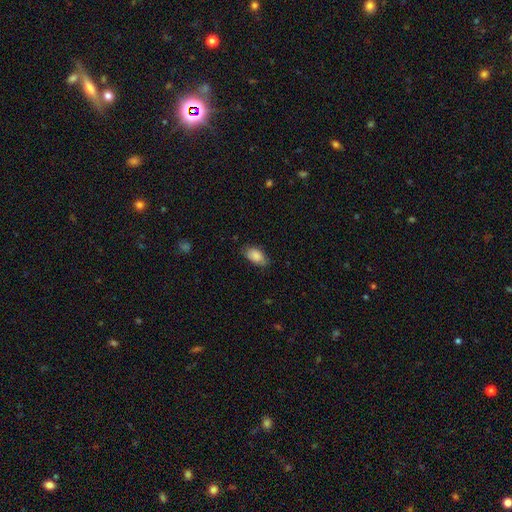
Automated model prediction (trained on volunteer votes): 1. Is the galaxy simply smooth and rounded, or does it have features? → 84% smooth, 9% featured or disk, 7% star or artifact.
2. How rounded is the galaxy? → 92% in between, 5% round, 2% cigar-shaped.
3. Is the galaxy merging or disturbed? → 73% none, 21% minor disturbance, 5% major disturbance, 1% merger.